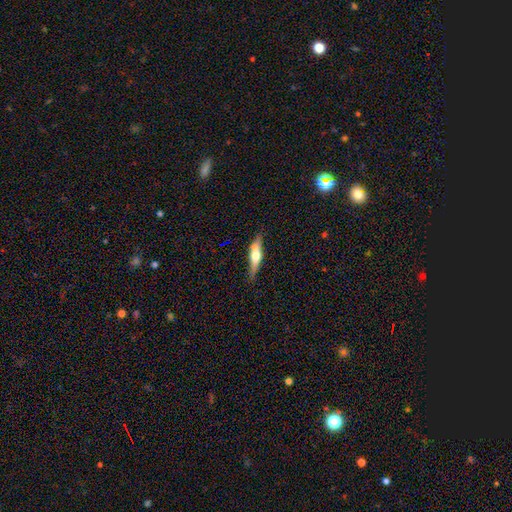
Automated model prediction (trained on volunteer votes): featured or disk 56%, smooth 38%, star or artifact 6%. Down the decision tree: edge-on disk — yes (92%); edge-on bulge — rounded (90%); merging — none (77%).